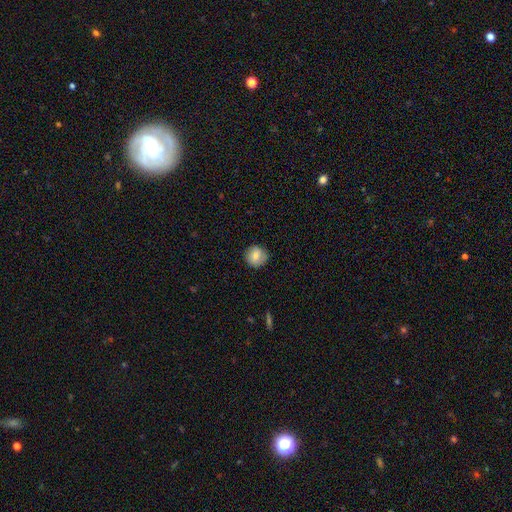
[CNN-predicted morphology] smooth 79%, featured or disk 13%, star or artifact 8%. Down the decision tree: how rounded — round (91%); merging — none (85%).